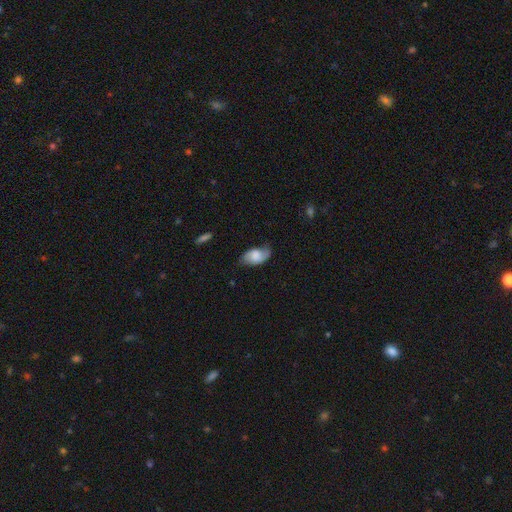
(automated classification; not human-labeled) Smooth or featured? Predicted: smooth (p=0.65). How rounded? Predicted: in between (p=0.92). Merging? Predicted: none (p=0.62).